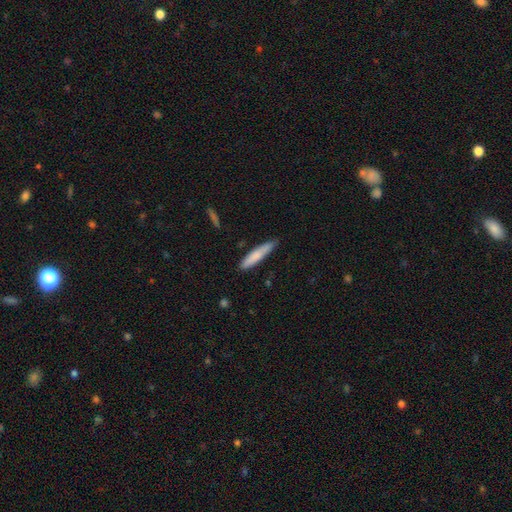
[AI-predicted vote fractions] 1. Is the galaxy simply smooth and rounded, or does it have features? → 78% smooth, 17% featured or disk, 6% star or artifact.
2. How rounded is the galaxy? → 88% cigar-shaped, 11% in between, 1% round.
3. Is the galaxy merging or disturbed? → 80% none, 16% minor disturbance, 2% major disturbance, 2% merger.